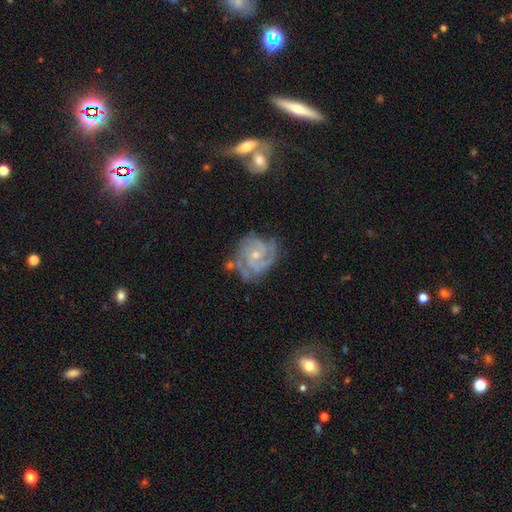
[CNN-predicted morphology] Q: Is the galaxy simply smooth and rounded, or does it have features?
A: featured or disk — 89%.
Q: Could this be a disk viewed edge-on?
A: no — 98%.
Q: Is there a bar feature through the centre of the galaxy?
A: no — 67%.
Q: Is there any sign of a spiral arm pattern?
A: yes — 98%.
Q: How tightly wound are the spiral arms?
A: tight — 65%.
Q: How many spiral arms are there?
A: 3 — 40%.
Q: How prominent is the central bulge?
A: small — 65%.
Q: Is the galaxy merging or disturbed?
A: none — 63%.